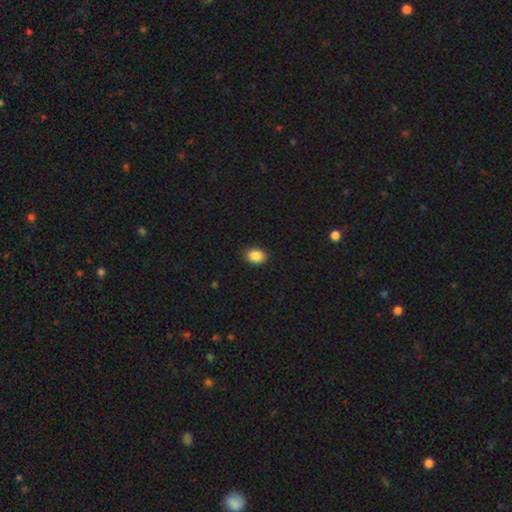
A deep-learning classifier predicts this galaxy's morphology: The model was most divided on "how rounded": in between: 72%, round: 27%, cigar-shaped: 1%. More confident: merging — none (89%); smooth or featured — smooth (89%).